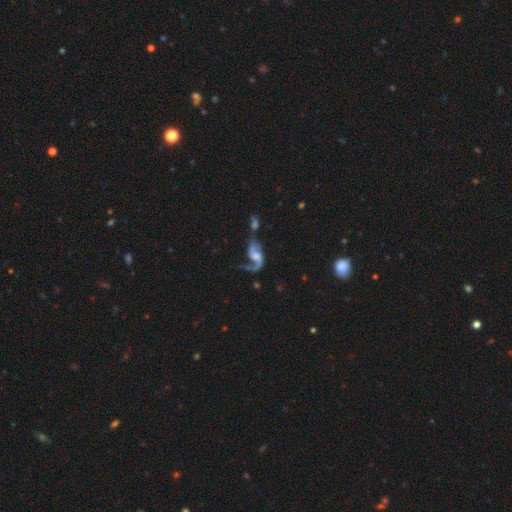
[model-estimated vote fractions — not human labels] The model was most divided on "merging": none: 32%, major disturbance: 28%, merger: 26%, minor disturbance: 15%. Remaining: edge-on disk — no (96%); spiral arms — yes (92%); smooth or featured — featured or disk (81%); spiral winding — loose (71%); spiral arm count — 2 (63%); bar — no (50%); bulge size — moderate (41%).